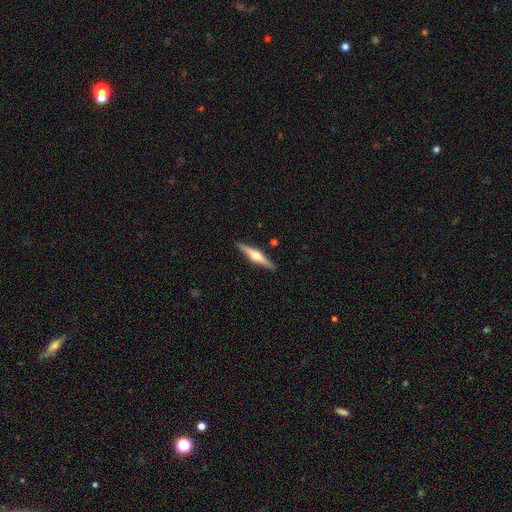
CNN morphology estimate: type=featured or disk (74%); edge-on=yes (98%); edge-on bulge=rounded (94%); merging=none (91%).